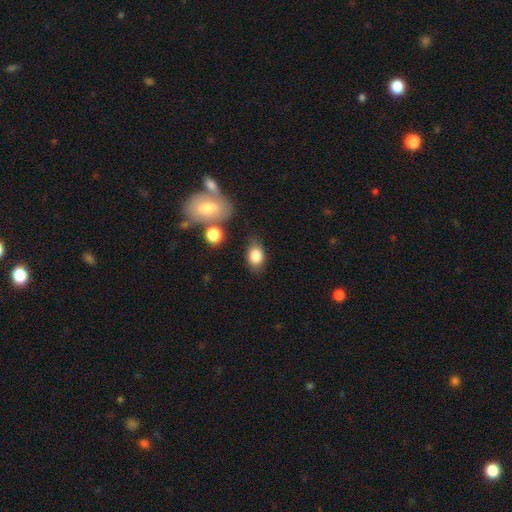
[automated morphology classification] Smooth or featured: smooth — 82% (featured or disk — 10%)
How rounded: in between — 75% (round — 23%)
Merging: none — 70% (minor disturbance — 20%)